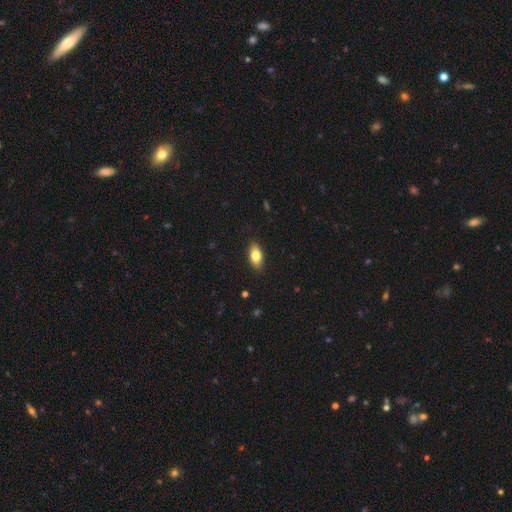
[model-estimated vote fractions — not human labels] Smooth or featured?
  - smooth: 75% *
  - featured or disk: 18%
  - star or artifact: 7%
How rounded?
  - in between: 87% *
  - cigar-shaped: 9%
  - round: 5%
Merging?
  - none: 88% *
  - minor disturbance: 9%
  - major disturbance: 2%
  - merger: 1%